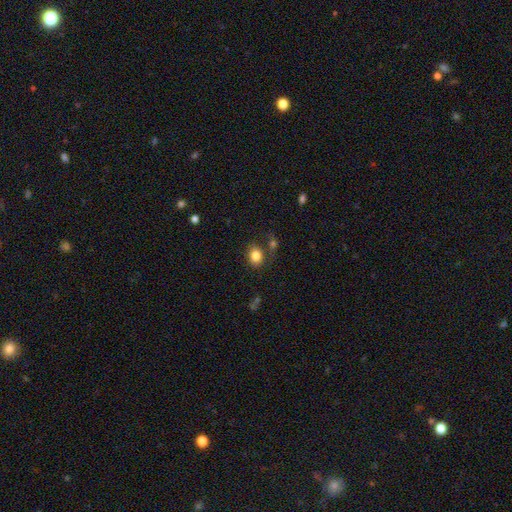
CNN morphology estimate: Overall: smooth (83%). How rounded: in between (51%; round 48%). Merging: none (70%).